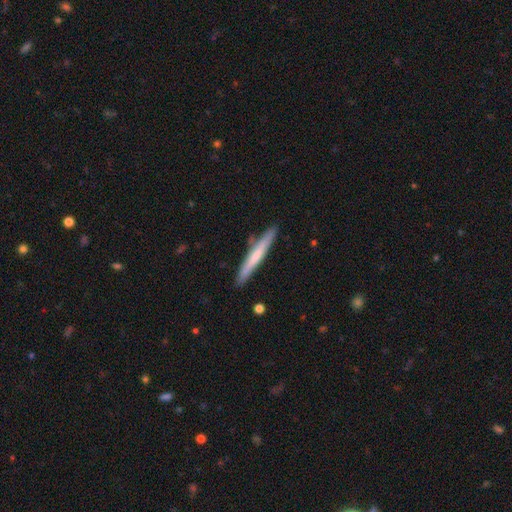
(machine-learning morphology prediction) Smooth or featured?
  - smooth: 54% *
  - featured or disk: 41%
  - star or artifact: 5%
How rounded?
  - cigar-shaped: 96% *
  - in between: 3%
  - round: 1%
Merging?
  - none: 86% *
  - minor disturbance: 10%
  - merger: 2%
  - major disturbance: 2%